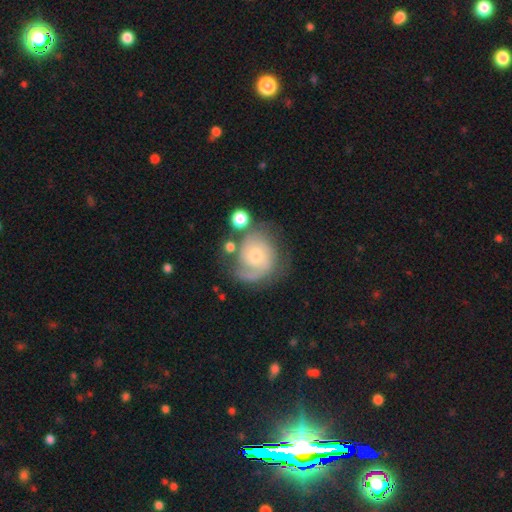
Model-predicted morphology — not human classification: featured or disk 75%, smooth 18%, star or artifact 7%. Down the decision tree: edge-on disk — no (98%); bar — no (73%); spiral arms — yes (92%); spiral arm count — 2 (49%); spiral winding — tight (49%); bulge size — moderate (51%); merging — none (60%).